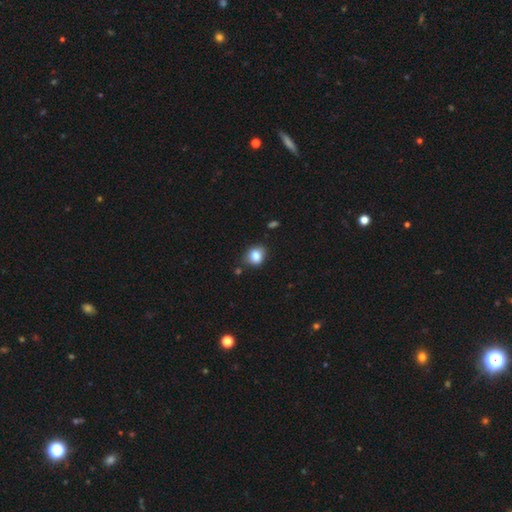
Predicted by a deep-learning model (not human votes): Morphology: type=smooth (84%); roundness=round (67%); merging=none (75%).